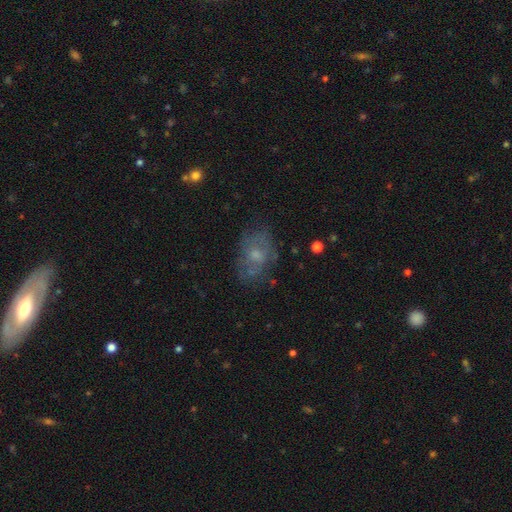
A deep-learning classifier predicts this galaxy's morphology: The model was most divided on "smooth or featured" (2-way tie): smooth: 44%, featured or disk: 44%, star or artifact: 12%. More confident: merging — none (59%).